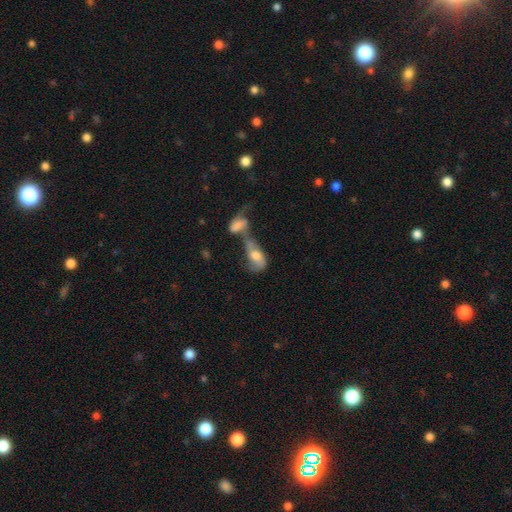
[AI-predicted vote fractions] Q: Smooth or featured?
A: smooth (52%); runner-up: featured or disk (40%)
Q: How rounded?
A: in between (87%); runner-up: cigar-shaped (7%)
Q: Merging?
A: merger (73%); runner-up: major disturbance (12%)